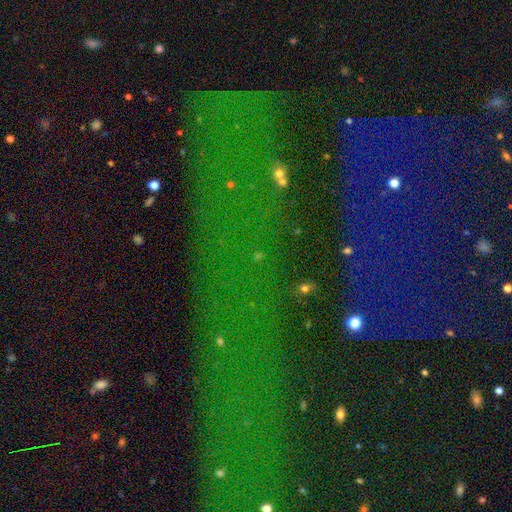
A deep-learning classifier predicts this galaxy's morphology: smooth-or-featured: star or artifact: 79% | smooth: 11% | featured or disk: 10%